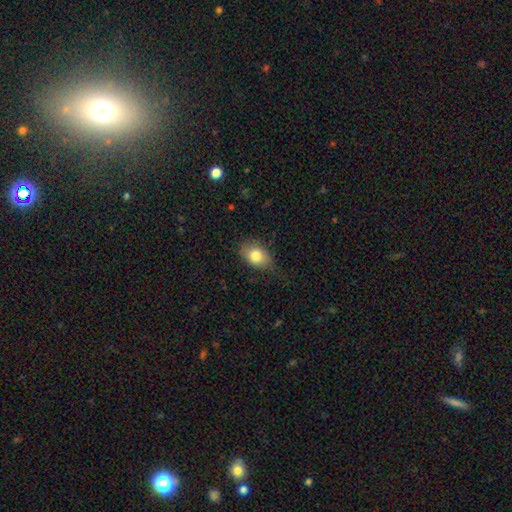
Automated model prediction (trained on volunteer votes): This is clearly a smooth galaxy (81%). How rounded: likely in between (76%). Merging: likely none (62%).